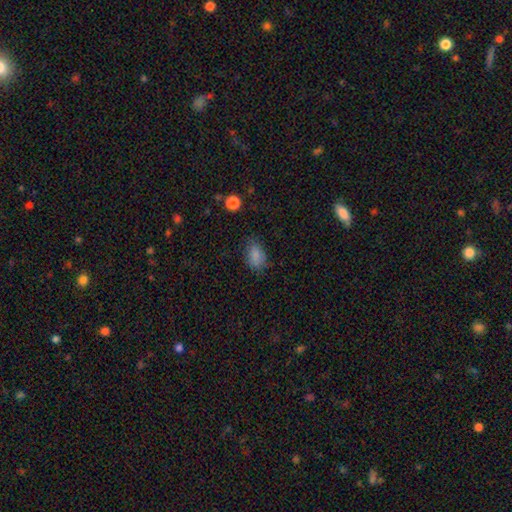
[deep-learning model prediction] Smooth or featured?
  - smooth: 82% *
  - star or artifact: 12%
  - featured or disk: 6%
How rounded?
  - in between: 83% *
  - round: 15%
  - cigar-shaped: 2%
Merging?
  - none: 70% *
  - minor disturbance: 22%
  - major disturbance: 7%
  - merger: 2%